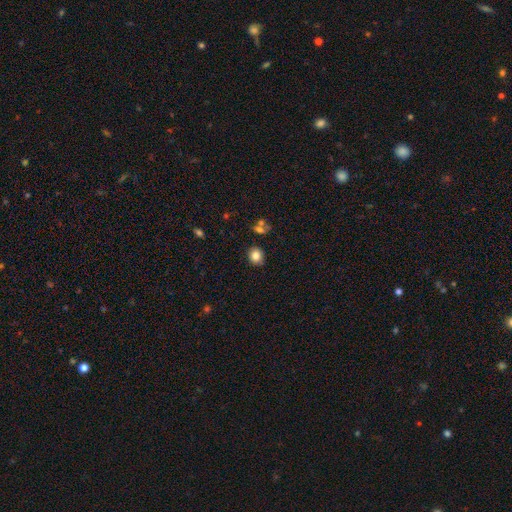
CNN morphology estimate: type=smooth (81%); roundness=round (72%); merging=none (81%).